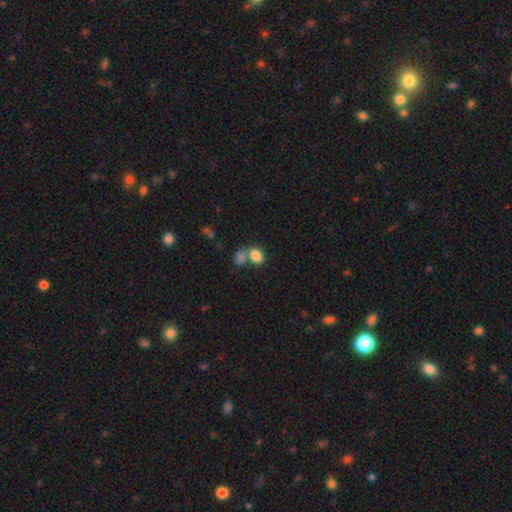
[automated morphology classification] Smooth or featured? smooth (83%)
How rounded? in between (54%)
Merging? merger (44%)